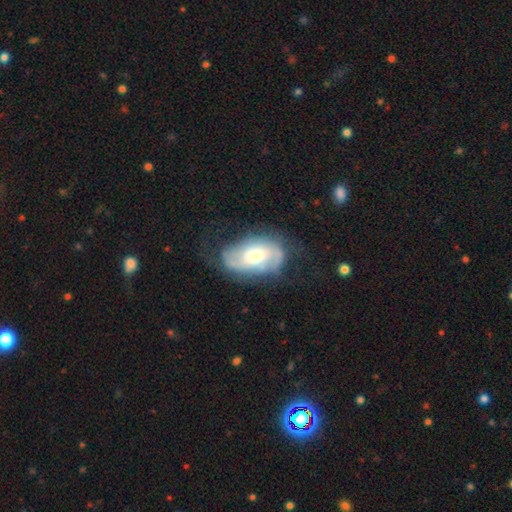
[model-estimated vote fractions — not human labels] The model was most divided on "smooth or featured": featured or disk: 57%, smooth: 35%, star or artifact: 7%. More confident: edge-on disk — no (94%); bar — no (71%); spiral arms — yes (68%); bulge size — moderate (67%); merging — none (54%).